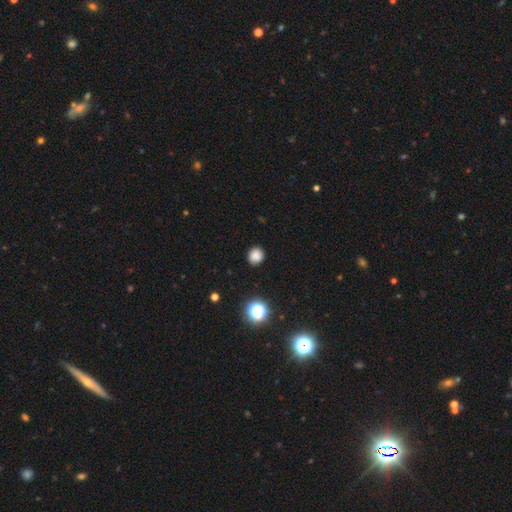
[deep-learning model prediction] Smooth or featured? Predicted: smooth (p=0.83). How rounded? Predicted: round (p=0.83). Merging? Predicted: none (p=0.88).